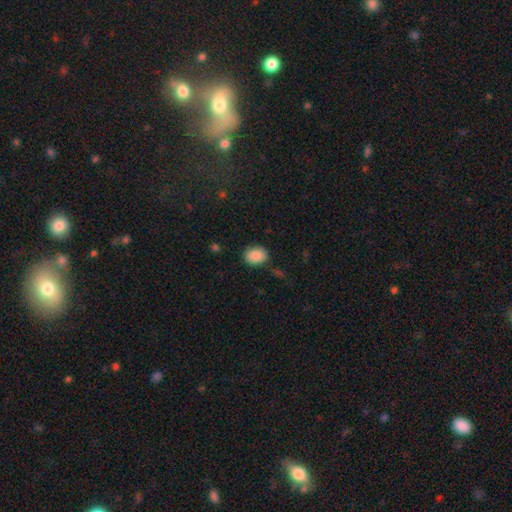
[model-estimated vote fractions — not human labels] smooth_or_featured: smooth (p=0.87) [alt: star or artifact p=0.08]
how_rounded: in between (p=0.63) [alt: round p=0.37]
merging: none (p=0.83) [alt: minor disturbance p=0.12]